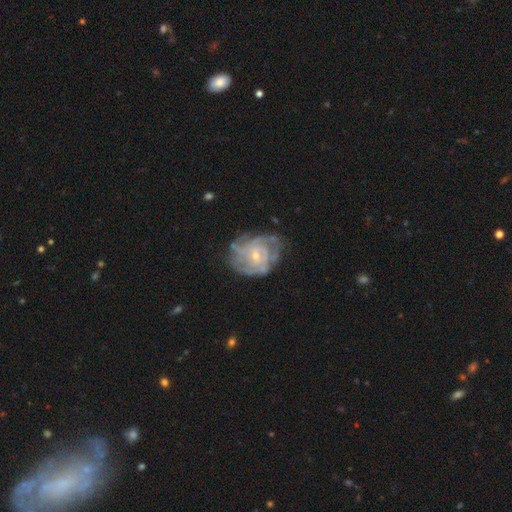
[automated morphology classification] Smooth or featured?
  - featured or disk: 82% *
  - smooth: 11%
  - star or artifact: 6%
Edge-on disk?
  - no: 98% *
  - yes: 2%
Bar?
  - no: 71% *
  - weak: 25%
  - strong: 4%
Spiral arms?
  - yes: 89% *
  - no: 11%
Spiral winding?
  - tight: 60% *
  - medium: 31%
  - loose: 9%
Spiral arm count?
  - can't tell: 42% *
  - 4: 17%
  - 3: 17%
  - 2: 12%
  - more than 4: 7%
  - 1: 5%
Bulge size?
  - small: 68% *
  - moderate: 28%
  - none: 2%
  - large: 1%
  - dominant: 1%
Merging?
  - none: 59% *
  - minor disturbance: 24%
  - major disturbance: 15%
  - merger: 2%